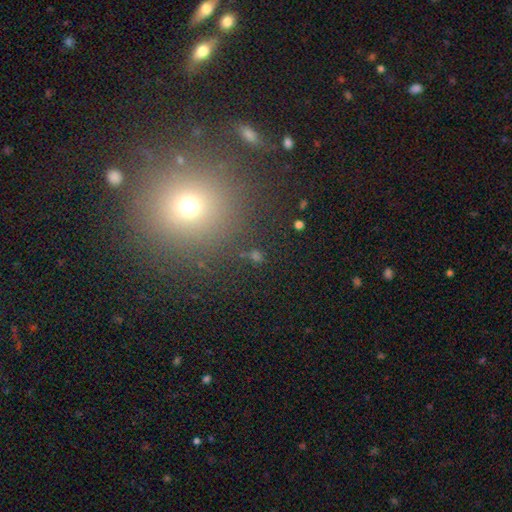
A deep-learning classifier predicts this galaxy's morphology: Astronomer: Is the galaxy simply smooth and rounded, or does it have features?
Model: smooth — 50% (runner-up: star or artifact, 41%).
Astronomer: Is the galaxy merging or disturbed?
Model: none — 83%.